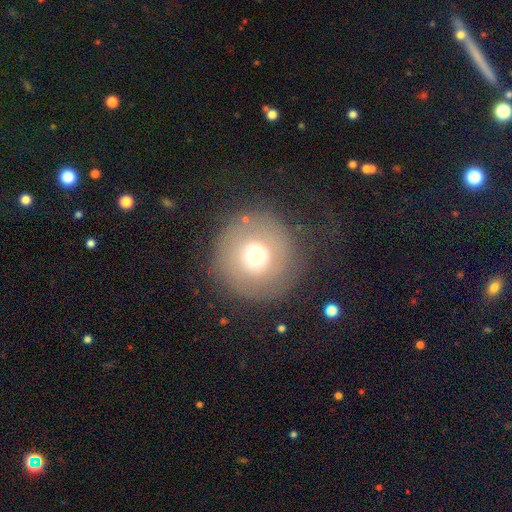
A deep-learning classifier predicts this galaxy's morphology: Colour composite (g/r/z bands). It shows a smooth galaxy with no disk features (60%) that is round (96%). Merging: none (78%).